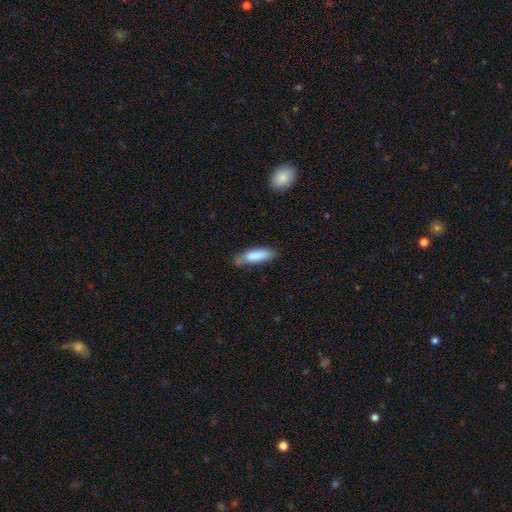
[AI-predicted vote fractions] smooth-or-featured: smooth: 83% | featured or disk: 11% | star or artifact: 6%
  how-rounded: cigar-shaped: 51% | in between: 47% | round: 2%
  merging: none: 62% | minor disturbance: 28% | major disturbance: 6% | merger: 5%